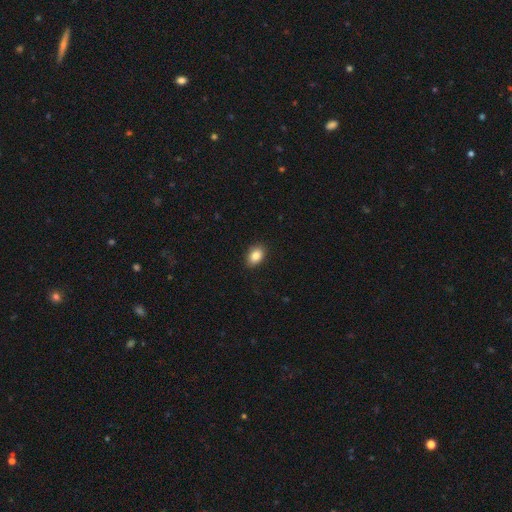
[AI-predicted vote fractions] Smooth or featured: smooth — 86% (star or artifact — 8%)
How rounded: in between — 82% (round — 17%)
Merging: none — 89% (minor disturbance — 8%)